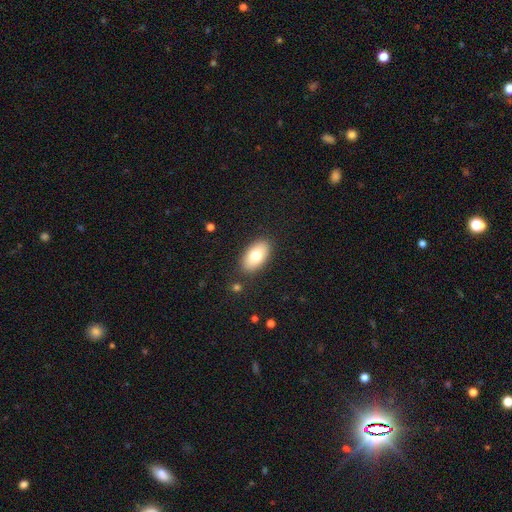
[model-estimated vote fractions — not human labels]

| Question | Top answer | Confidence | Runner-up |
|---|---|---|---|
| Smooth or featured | smooth | 74% | featured or disk (19%) |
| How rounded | in between | 93% | round (5%) |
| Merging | none | 87% | minor disturbance (9%) |